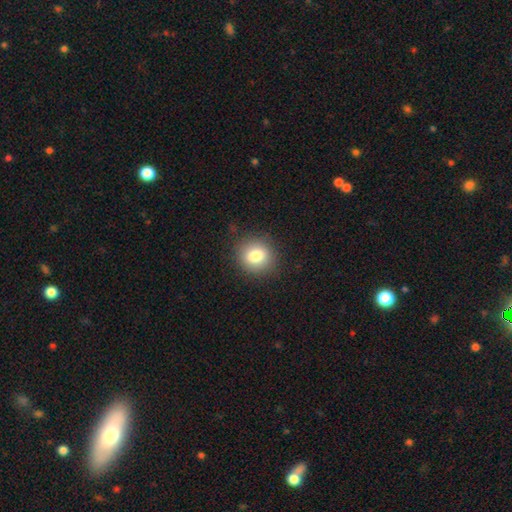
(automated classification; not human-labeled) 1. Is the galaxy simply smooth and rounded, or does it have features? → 80% smooth, 10% star or artifact, 10% featured or disk.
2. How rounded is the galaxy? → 78% round, 21% in between, 1% cigar-shaped.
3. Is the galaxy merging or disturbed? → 87% none, 9% minor disturbance, 3% major disturbance, 1% merger.